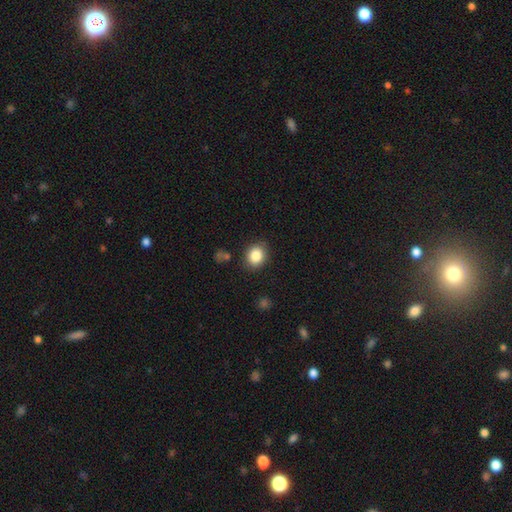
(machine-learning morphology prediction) Overall: smooth (85%). How rounded: round (61%; in between 38%). Merging: none (85%).